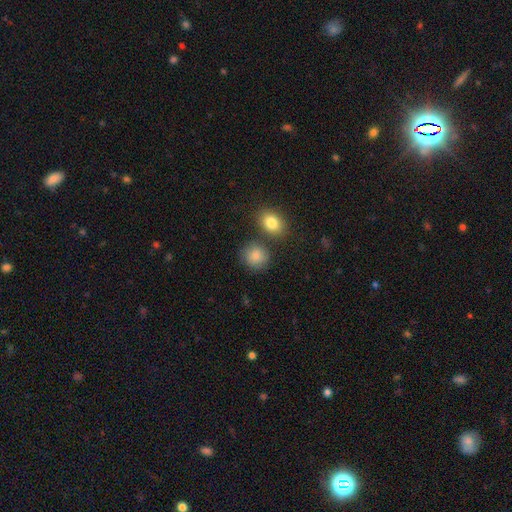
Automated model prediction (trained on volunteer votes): This is clearly a smooth galaxy (84%). How rounded: likely round (74%). Merging: likely none (72%).